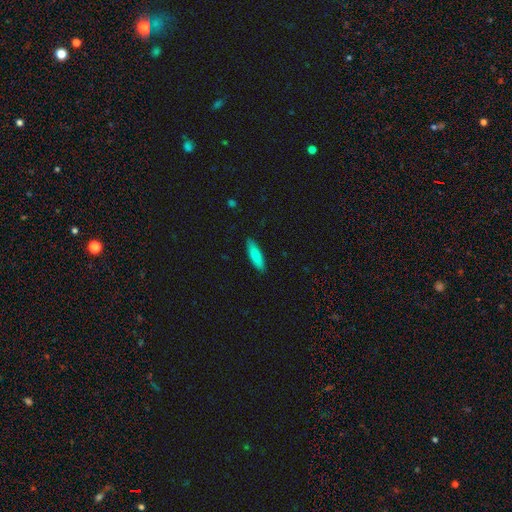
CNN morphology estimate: This appears to be a smooth galaxy with no disk features (84%) that is cigar-shaped (57%). Merging: none (89%).